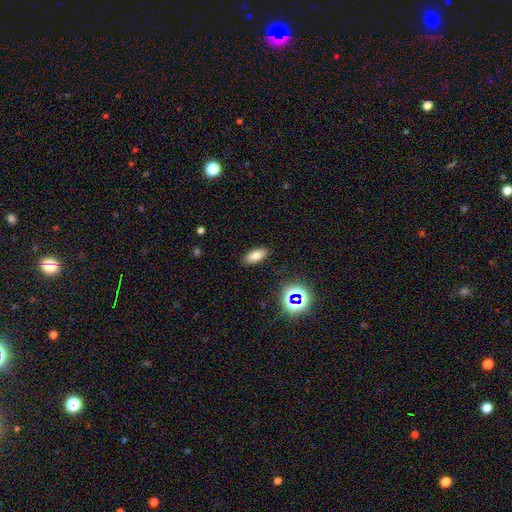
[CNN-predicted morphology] This is likely a smooth galaxy (77%). How rounded: clearly in between (85%). Merging: clearly none (88%).